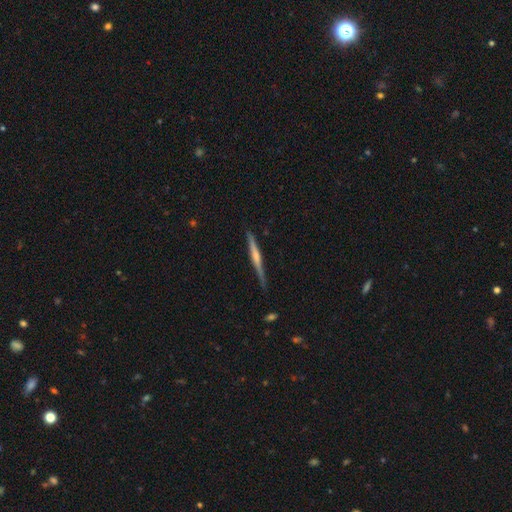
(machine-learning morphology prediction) Q: Smooth or featured?
A: featured or disk (65%); runner-up: smooth (29%)
Q: Edge-on disk?
A: yes (98%); runner-up: no (2%)
Q: Edge-on bulge?
A: rounded (58%); runner-up: none (27%)
Q: Merging?
A: none (83%); runner-up: minor disturbance (13%)